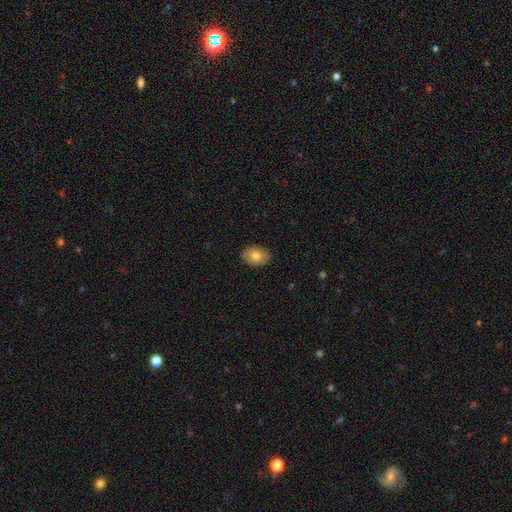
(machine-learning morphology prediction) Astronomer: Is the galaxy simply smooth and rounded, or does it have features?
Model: smooth — 75%.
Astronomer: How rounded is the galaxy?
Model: in between — 76%.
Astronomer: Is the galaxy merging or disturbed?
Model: none — 87%.